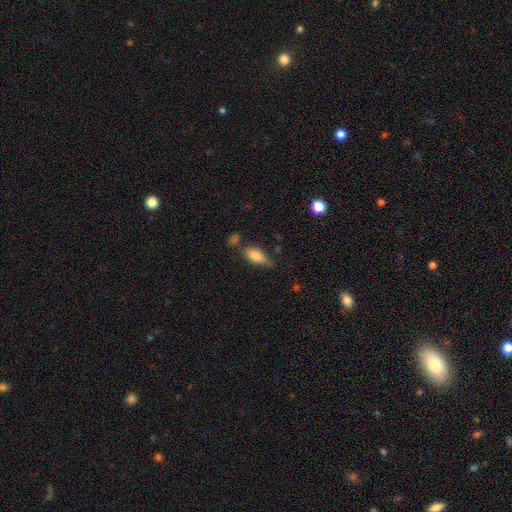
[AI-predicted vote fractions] A smooth galaxy with no disk features (75%) that is in between round and cigar-shaped (79%).

Vote fractions:
- Smooth or featured? smooth: 75% / featured or disk: 18% / star or artifact: 7%
- How rounded? in between: 79% / cigar-shaped: 18% / round: 4%
- Merging? none: 61% / minor disturbance: 25% / merger: 8% / major disturbance: 6%